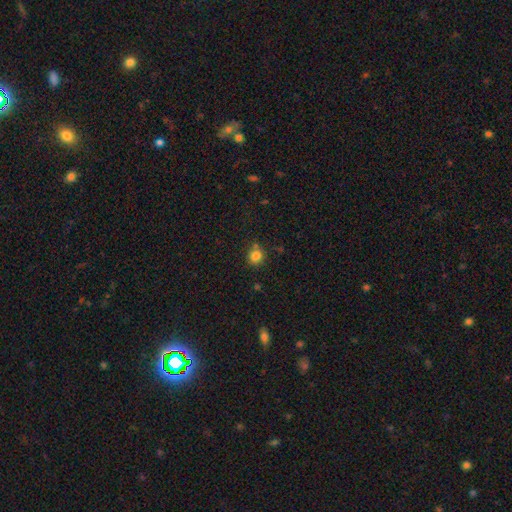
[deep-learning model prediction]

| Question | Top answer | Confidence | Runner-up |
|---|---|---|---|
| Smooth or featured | smooth | 82% | star or artifact (13%) |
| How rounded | round | 85% | in between (14%) |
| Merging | none | 74% | minor disturbance (14%) |